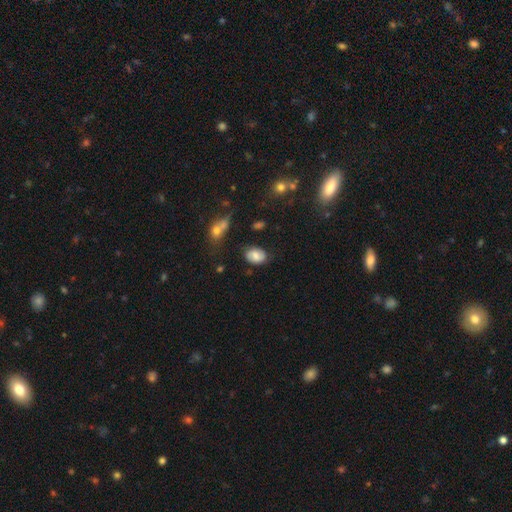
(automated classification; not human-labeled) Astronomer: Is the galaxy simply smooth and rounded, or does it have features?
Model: smooth — 65%.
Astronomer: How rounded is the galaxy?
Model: in between — 79%.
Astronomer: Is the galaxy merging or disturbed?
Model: none — 75%.